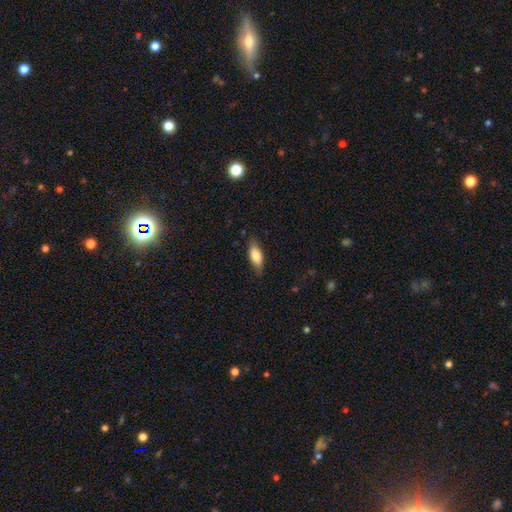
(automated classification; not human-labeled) Morphology: type=smooth (78%); roundness=in between (73%); merging=none (81%).